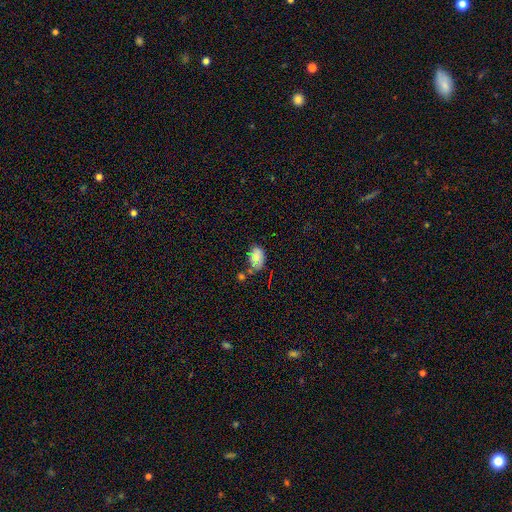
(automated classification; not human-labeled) smooth 70%, star or artifact 18%, featured or disk 12%. Down the decision tree: how rounded — in between (88%); merging — none (58%).